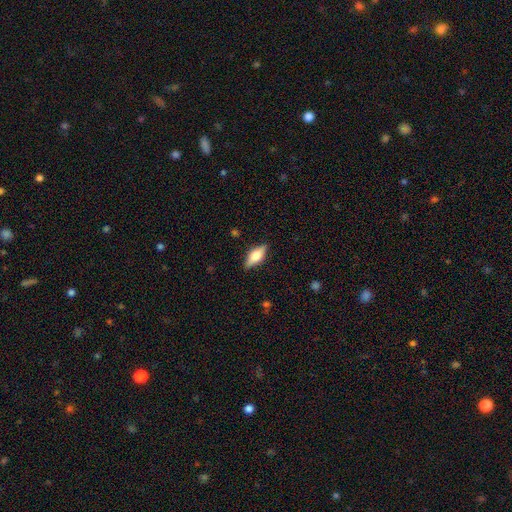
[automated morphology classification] Smooth or featured: smooth — 56% (featured or disk — 37%)
How rounded: in between — 74% (cigar-shaped — 23%)
Merging: none — 85% (minor disturbance — 12%)